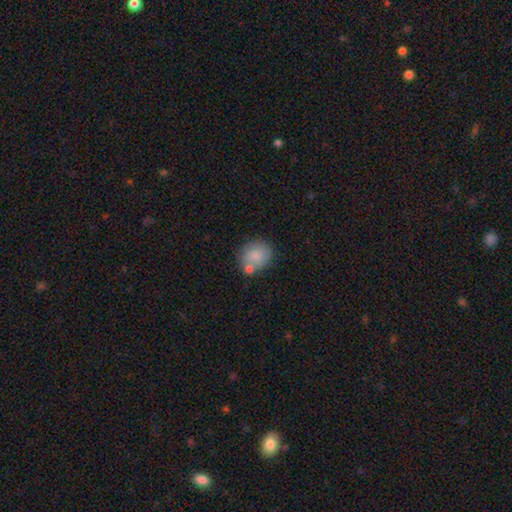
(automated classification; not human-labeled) Smooth or featured? Predicted: smooth (p=0.81). How rounded? Predicted: round (p=0.75). Merging? Predicted: none (p=0.60).